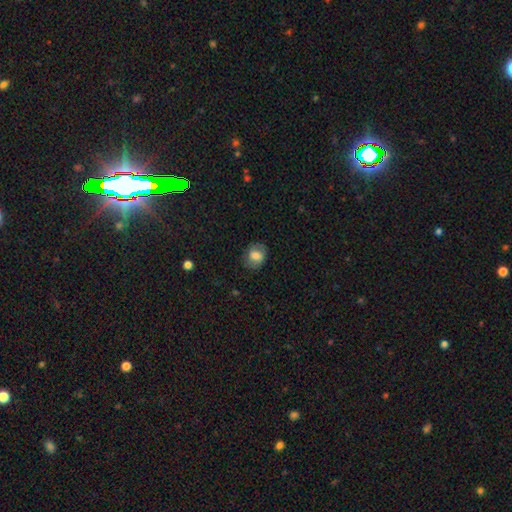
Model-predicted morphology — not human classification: The model was most divided on "how rounded": round: 52%, in between: 47%, cigar-shaped: 1%. More confident: merging — none (76%); smooth or featured — smooth (74%).